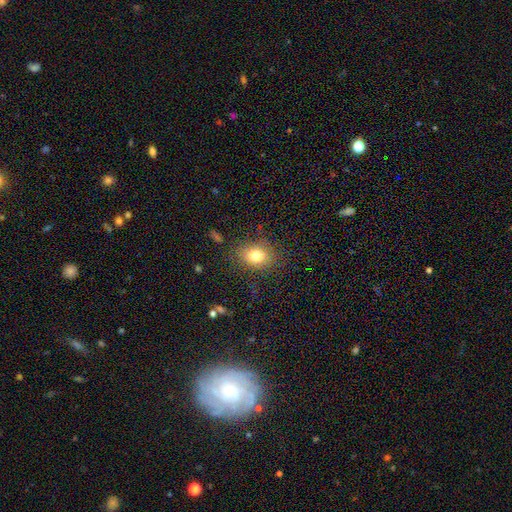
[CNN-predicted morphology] A smooth galaxy with no disk features (78%) that is in between round and cigar-shaped (59%).

Vote fractions:
- Smooth or featured? smooth: 78% / star or artifact: 12% / featured or disk: 11%
- How rounded? in between: 59% / round: 40% / cigar-shaped: 1%
- Merging? none: 80% / minor disturbance: 13% / major disturbance: 5% / merger: 2%